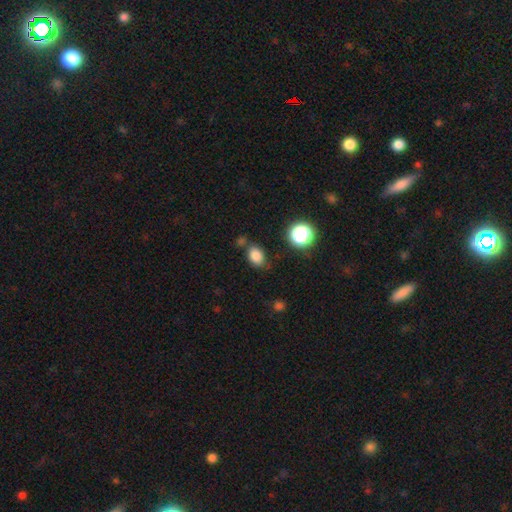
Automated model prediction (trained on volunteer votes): Morphology: type=smooth (83%); roundness=in between (70%); merging=none (71%).